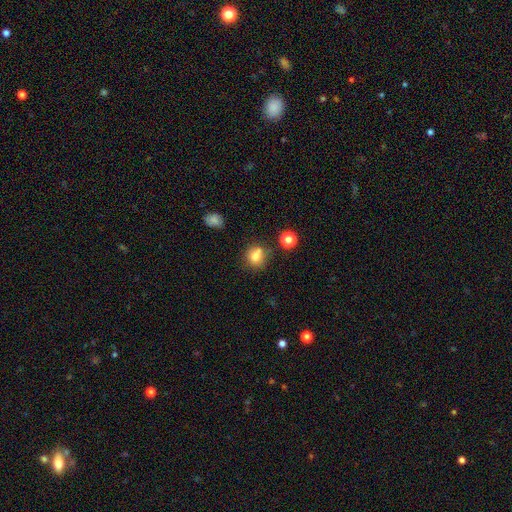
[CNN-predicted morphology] Q: Smooth or featured?
A: smooth (79%); runner-up: star or artifact (12%)
Q: How rounded?
A: round (69%); runner-up: in between (30%)
Q: Merging?
A: none (62%); runner-up: minor disturbance (19%)